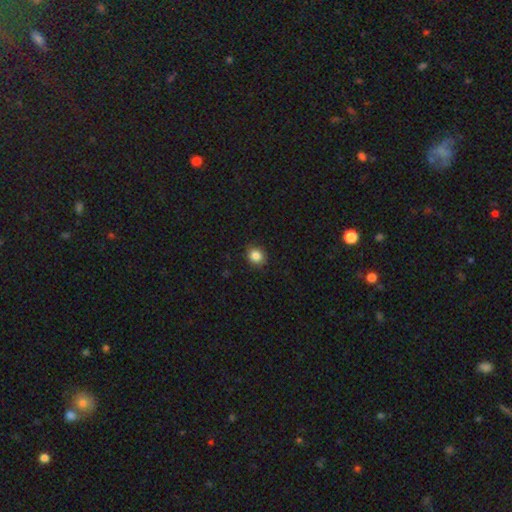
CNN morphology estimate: smooth_or_featured: smooth (p=0.86) [alt: star or artifact p=0.10]
how_rounded: round (p=0.80) [alt: in between p=0.19]
merging: none (p=0.90) [alt: minor disturbance p=0.07]